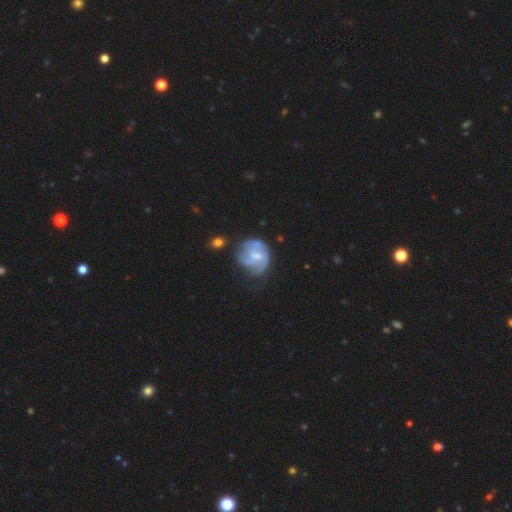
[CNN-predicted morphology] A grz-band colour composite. It shows a featured or disk galaxy (65%) with no bar (53%), spiral arms (68%) and a moderate central bulge (42%). Merging: none (44%).